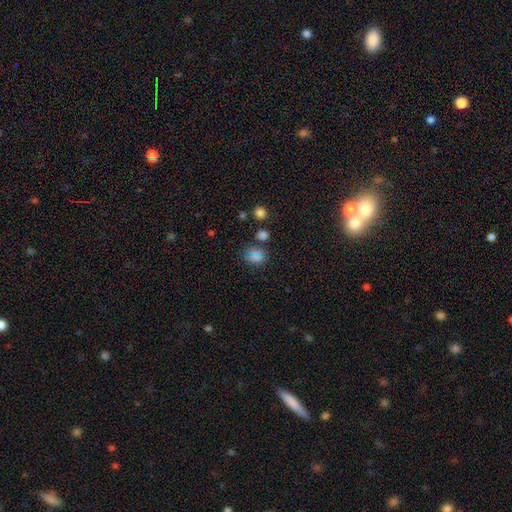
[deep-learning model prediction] Smooth or featured? Predicted: smooth (p=0.69). How rounded? Predicted: round (p=0.49, tied with in between). Merging? Predicted: none (p=0.67).